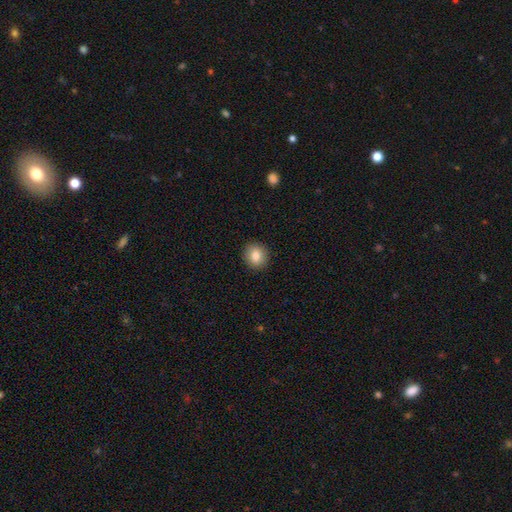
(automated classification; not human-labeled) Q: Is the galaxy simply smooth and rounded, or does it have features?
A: smooth — 83%.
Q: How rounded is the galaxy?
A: round — 85%.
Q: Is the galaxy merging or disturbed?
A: none — 92%.